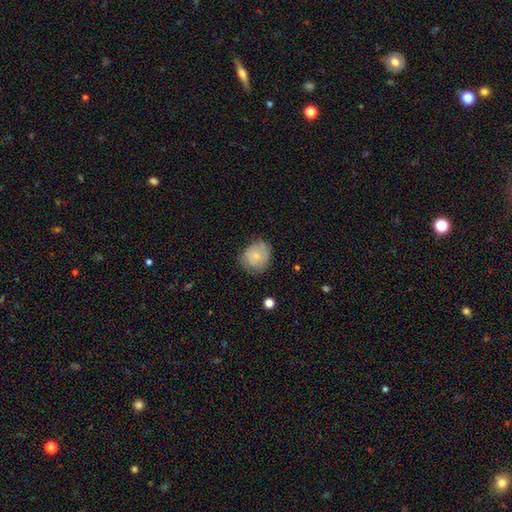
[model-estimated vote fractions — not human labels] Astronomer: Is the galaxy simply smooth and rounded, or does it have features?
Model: smooth — 70%.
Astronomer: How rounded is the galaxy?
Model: round — 67%.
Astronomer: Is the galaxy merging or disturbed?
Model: none — 63%.